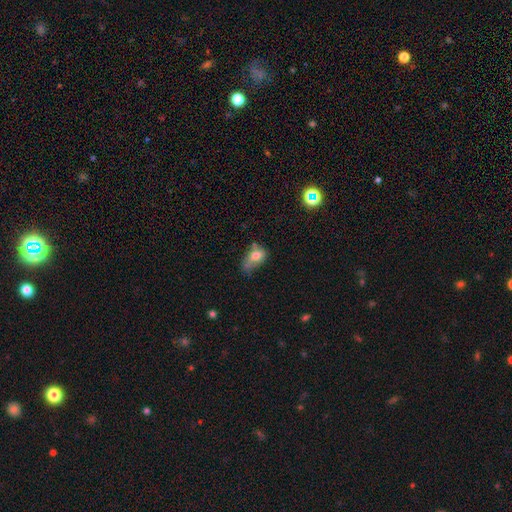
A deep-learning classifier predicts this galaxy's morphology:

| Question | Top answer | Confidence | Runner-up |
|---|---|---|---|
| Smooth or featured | smooth | 70% | featured or disk (20%) |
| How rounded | in between | 83% | round (14%) |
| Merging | minor disturbance | 36% | none (27%) |